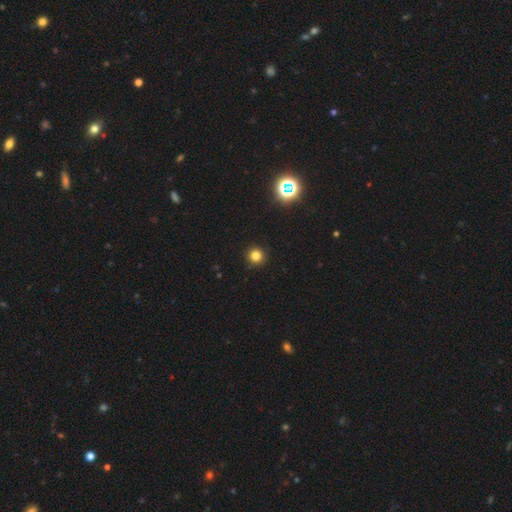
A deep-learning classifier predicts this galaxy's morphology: Smooth or featured? smooth (80%)
How rounded? round (94%)
Merging? none (92%)